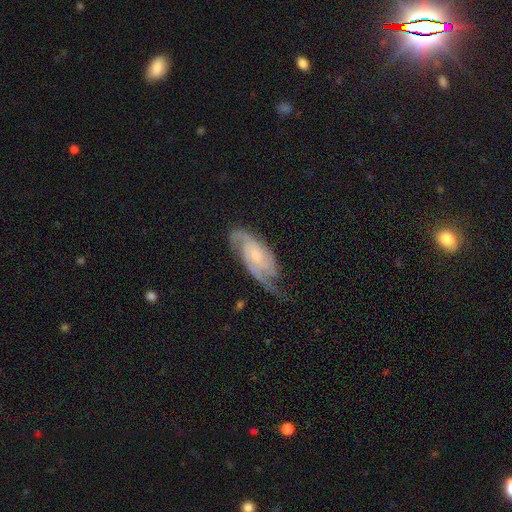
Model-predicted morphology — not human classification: Overall: featured or disk (88%). Edge-on disk: no (95%). Bar: no (59%; weak 33%). Spiral arms: yes (98%). Spiral arm count: 2 (55%; 3 25%). Spiral winding: tight (50%; medium 41%). Bulge size: small (60%; moderate 33%). Merging: none (67%).